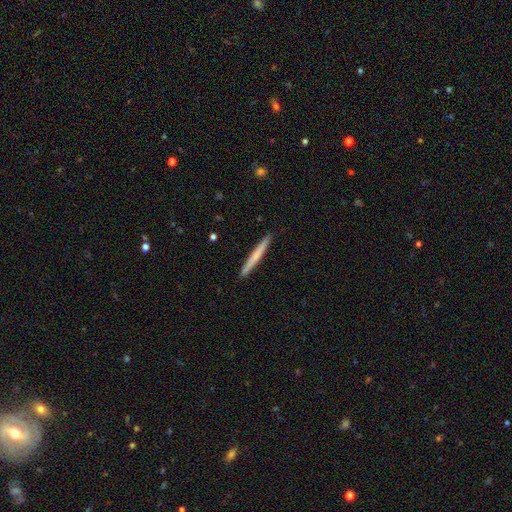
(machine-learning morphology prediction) smooth 61%, featured or disk 34%, star or artifact 5%. Down the decision tree: how rounded — cigar-shaped (97%); merging — none (92%).